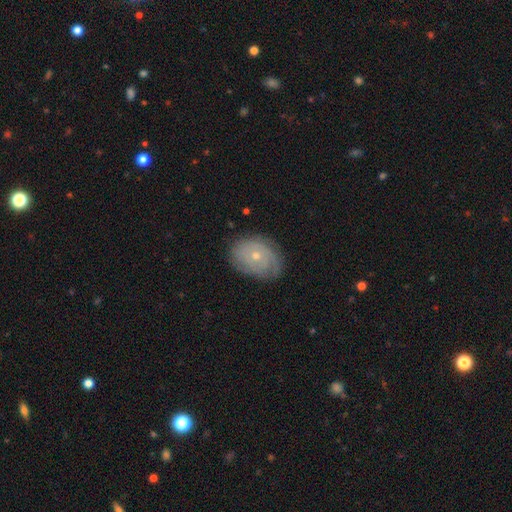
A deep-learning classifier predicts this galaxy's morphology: A featured or disk galaxy (59%) with no bar (86%), spiral arms (76%) and a small central bulge (65%).

Vote fractions:
- Smooth or featured? featured or disk: 59% / smooth: 33% / star or artifact: 8%
- Edge-on disk? no: 95% / yes: 5%
- Bar? no: 86% / weak: 12% / strong: 2%
- Spiral arms? yes: 76% / no: 24%
- Bulge size? small: 65% / moderate: 32% / large: 1% / none: 1% / dominant: 1%
- Merging? none: 73% / minor disturbance: 19% / major disturbance: 6% / merger: 1%